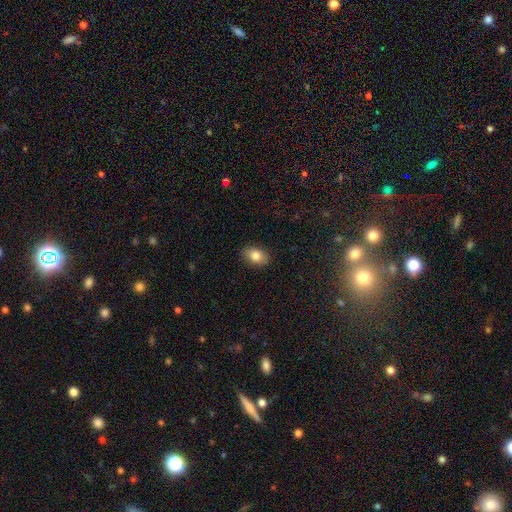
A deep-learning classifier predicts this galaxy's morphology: A smooth galaxy with no disk features (82%) that is in between round and cigar-shaped (84%). Merging: none (88%).